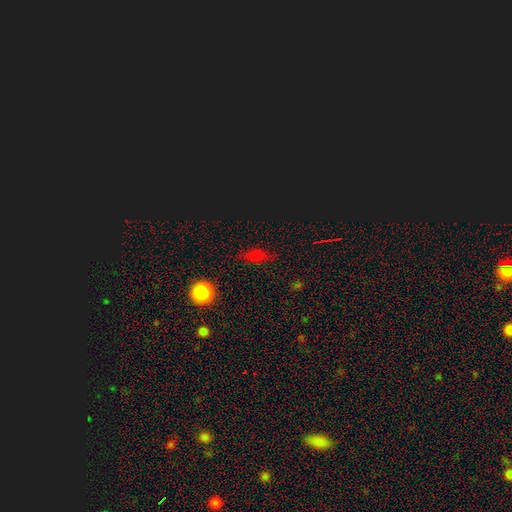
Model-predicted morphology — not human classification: smooth 59%, star or artifact 32%, featured or disk 9%. Down the decision tree: how rounded — in between (65%); merging — none (78%).